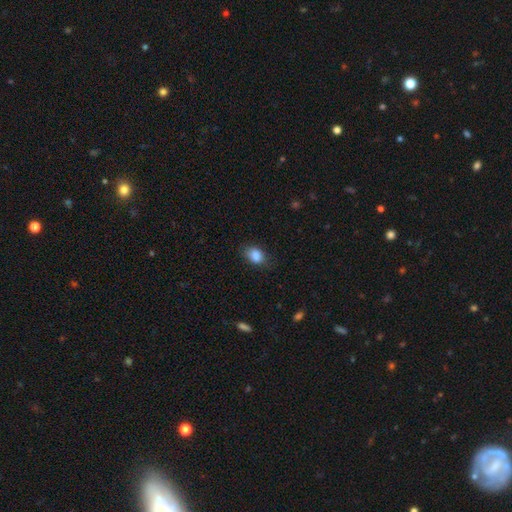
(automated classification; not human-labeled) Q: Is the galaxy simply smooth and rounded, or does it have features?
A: smooth — 86%.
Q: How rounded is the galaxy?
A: in between — 74%.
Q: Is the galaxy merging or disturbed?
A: none — 71%.